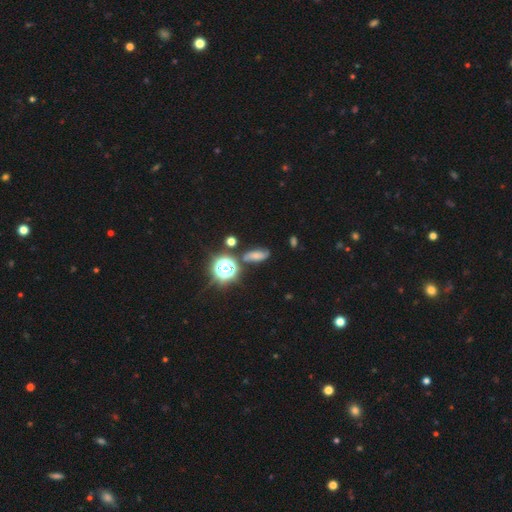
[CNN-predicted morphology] This appears to be a smooth galaxy with no disk features (46%). Merging: none (71%).